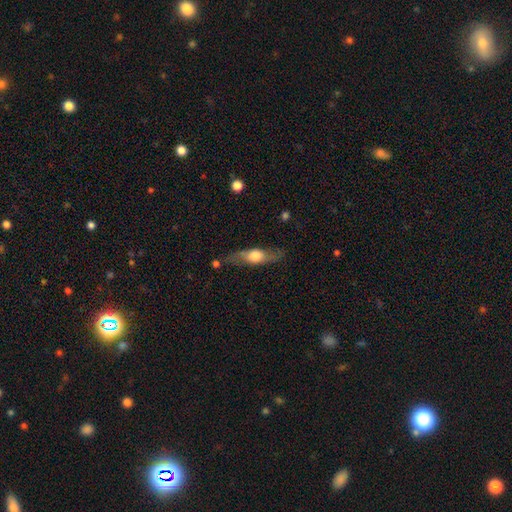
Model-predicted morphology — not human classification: Smooth or featured?
  - featured or disk: 52% *
  - smooth: 42%
  - star or artifact: 6%
Edge-on disk?
  - yes: 72% *
  - no: 28%
Merging?
  - none: 75% *
  - minor disturbance: 16%
  - major disturbance: 6%
  - merger: 4%